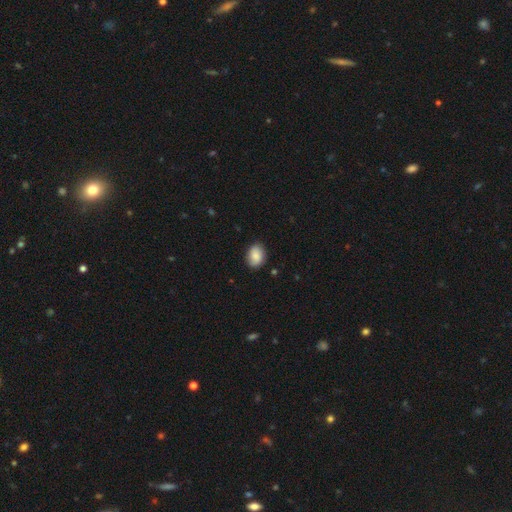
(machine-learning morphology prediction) A smooth galaxy with no disk features (84%) that is in between round and cigar-shaped (72%). Merging: none (84%).